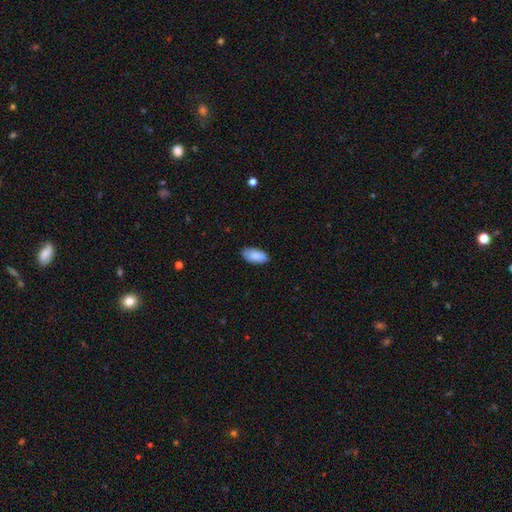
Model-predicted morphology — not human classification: smooth-or-featured: smooth: 89% | star or artifact: 6% | featured or disk: 5%
  how-rounded: in between: 92% | cigar-shaped: 7% | round: 2%
  merging: none: 86% | minor disturbance: 11% | major disturbance: 2% | merger: 1%